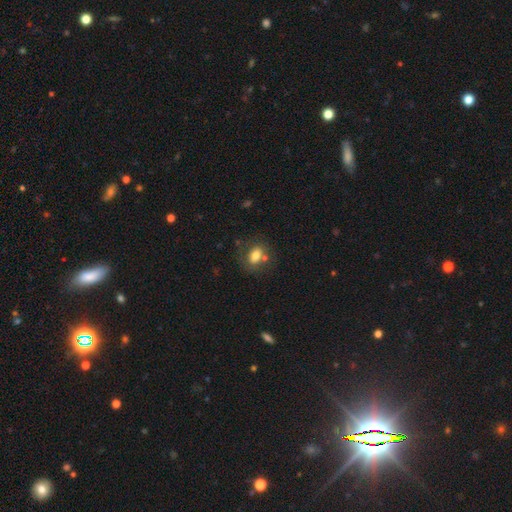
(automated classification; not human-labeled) Smooth or featured?
  - smooth: 75% *
  - featured or disk: 16%
  - star or artifact: 10%
How rounded?
  - in between: 75% *
  - round: 23%
  - cigar-shaped: 2%
Merging?
  - none: 60% *
  - merger: 17%
  - minor disturbance: 16%
  - major disturbance: 7%